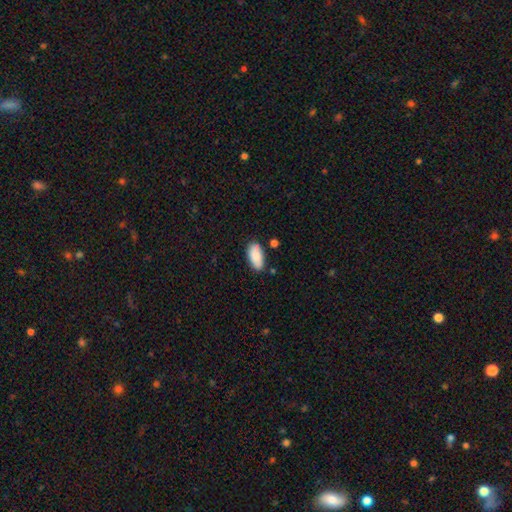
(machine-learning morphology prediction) Smooth or featured: smooth — 86% (featured or disk — 8%)
How rounded: in between — 90% (cigar-shaped — 8%)
Merging: none — 75% (minor disturbance — 16%)